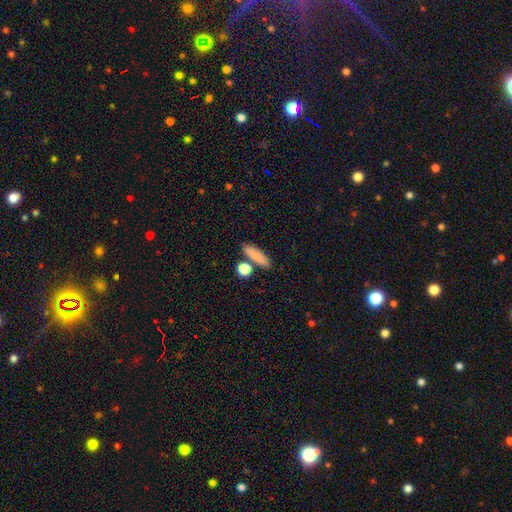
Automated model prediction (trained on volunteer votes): Smooth or featured: smooth — 83% (featured or disk — 9%)
How rounded: cigar-shaped — 47% (in between — 45%)
Merging: none — 74% (merger — 12%)